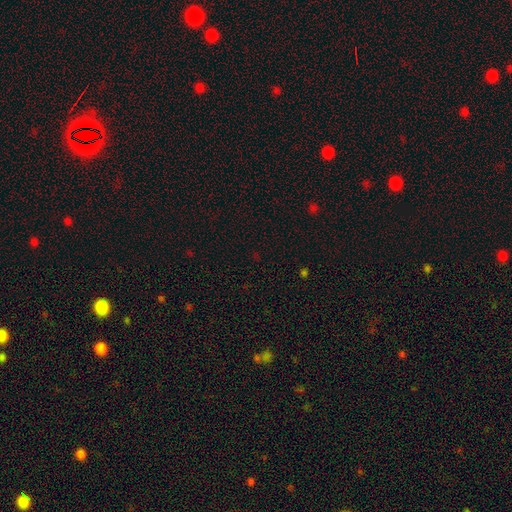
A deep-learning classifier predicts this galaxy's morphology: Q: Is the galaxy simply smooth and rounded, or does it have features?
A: star or artifact — 69%.